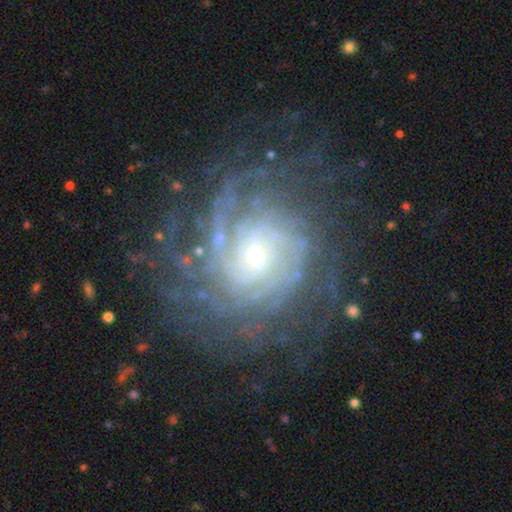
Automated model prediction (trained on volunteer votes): smooth-or-featured: featured or disk: 89% | star or artifact: 6% | smooth: 5%
  disk-edge-on: no: 98% | yes: 2%
    bar: no: 65% | weak: 28% | strong: 8%
    has-spiral-arms: yes: 97% | no: 3%
      spiral-winding: tight: 75% | medium: 20% | loose: 5%
      spiral-arm-count: can't tell: 29% | more than 4: 25% | 4: 17% | 3: 11% | 2: 10% | 1: 8%
    bulge-size: small: 67% | moderate: 27% | large: 3% | none: 2% | dominant: 1%
  merging: none: 75% | minor disturbance: 15% | major disturbance: 9% | merger: 2%